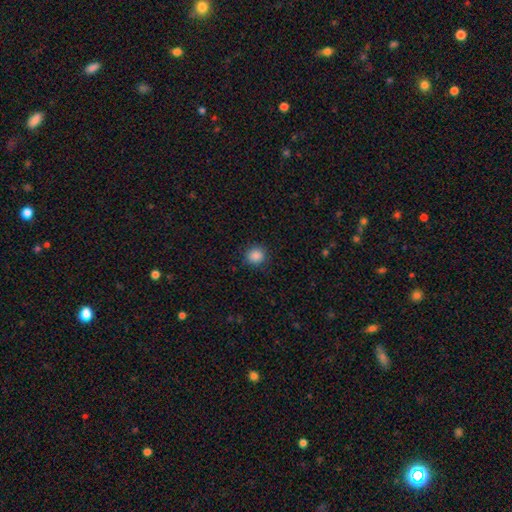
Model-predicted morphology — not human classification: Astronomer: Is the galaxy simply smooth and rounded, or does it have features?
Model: smooth — 87%.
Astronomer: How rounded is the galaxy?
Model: round — 88%.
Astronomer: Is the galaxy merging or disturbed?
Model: none — 89%.